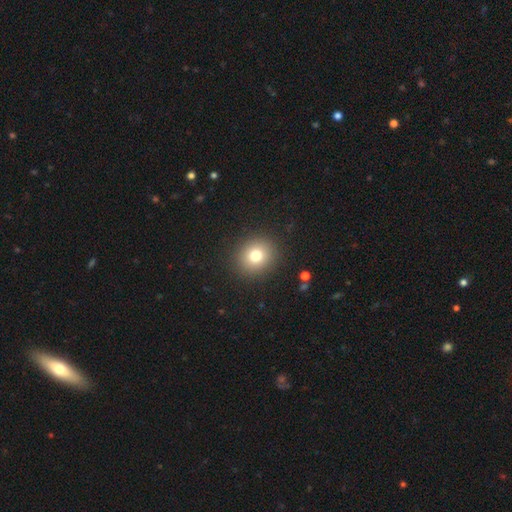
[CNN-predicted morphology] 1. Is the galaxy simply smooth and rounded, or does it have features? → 77% smooth, 13% star or artifact, 10% featured or disk.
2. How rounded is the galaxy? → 82% round, 17% in between, 1% cigar-shaped.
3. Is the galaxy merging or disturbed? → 90% none, 6% minor disturbance, 3% major disturbance, 1% merger.